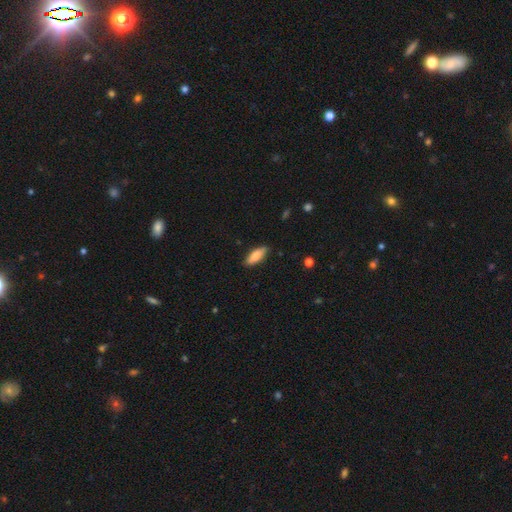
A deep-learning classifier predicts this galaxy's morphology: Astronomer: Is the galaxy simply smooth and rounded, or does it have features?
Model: smooth — 80%.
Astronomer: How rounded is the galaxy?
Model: in between — 64%.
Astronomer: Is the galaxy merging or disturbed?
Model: none — 84%.